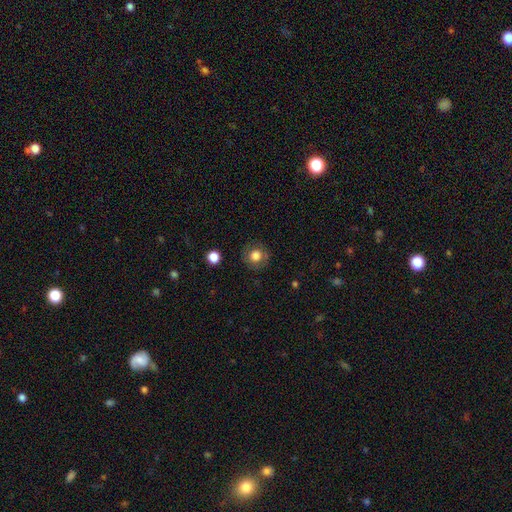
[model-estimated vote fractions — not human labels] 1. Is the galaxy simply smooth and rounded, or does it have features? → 74% smooth, 16% featured or disk, 10% star or artifact.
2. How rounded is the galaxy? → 90% round, 9% in between, 1% cigar-shaped.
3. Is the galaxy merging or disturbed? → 83% none, 11% minor disturbance, 4% major disturbance, 1% merger.